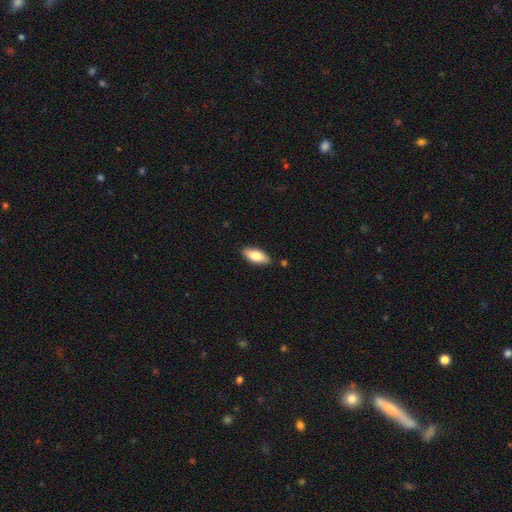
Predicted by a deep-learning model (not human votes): Smooth or featured?
  - smooth: 77% *
  - featured or disk: 16%
  - star or artifact: 6%
How rounded?
  - in between: 84% *
  - cigar-shaped: 14%
  - round: 2%
Merging?
  - none: 84% *
  - minor disturbance: 11%
  - merger: 2%
  - major disturbance: 2%